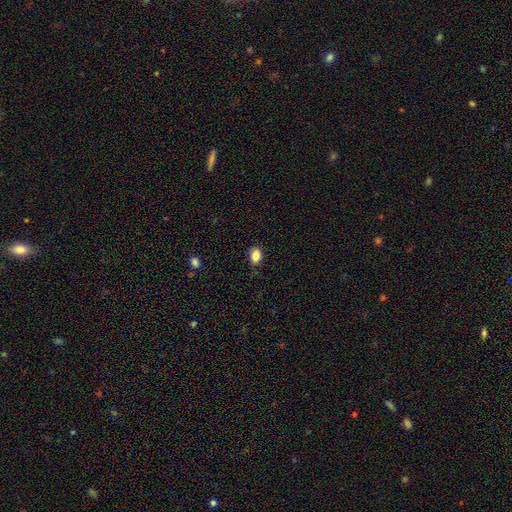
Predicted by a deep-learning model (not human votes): Smooth or featured? Predicted: smooth (p=0.86). How rounded? Predicted: in between (p=0.78). Merging? Predicted: none (p=0.83).